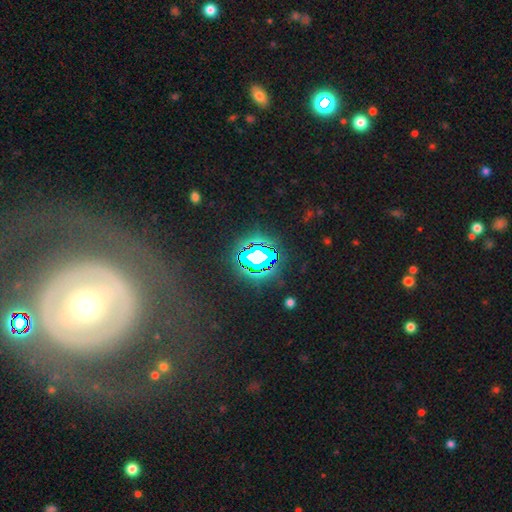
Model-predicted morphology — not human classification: This appears to be a star or artifact, not a galaxy (74%).